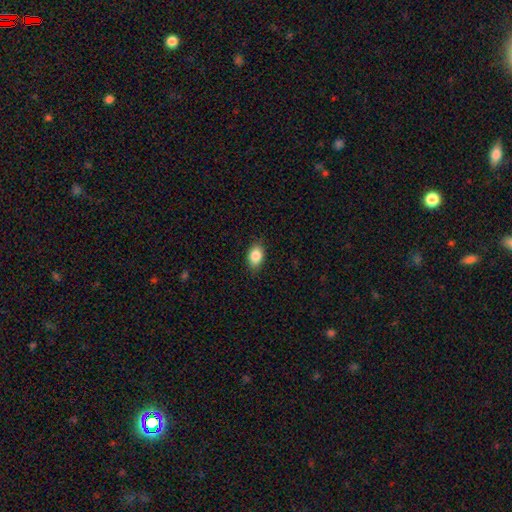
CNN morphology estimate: Smooth or featured: smooth — 87% (star or artifact — 8%)
How rounded: in between — 83% (round — 15%)
Merging: none — 86% (minor disturbance — 11%)